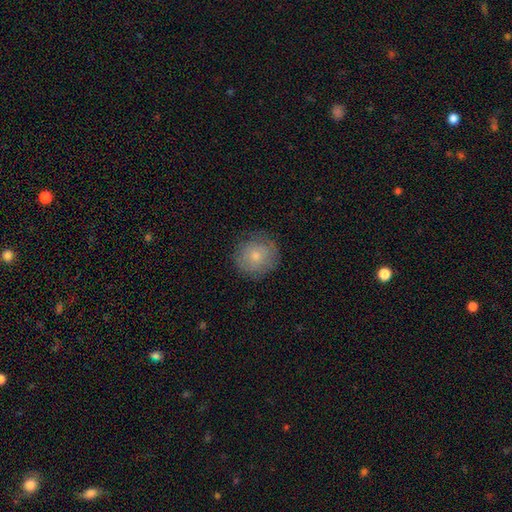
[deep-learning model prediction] smooth 75%, featured or disk 17%, star or artifact 8%. Down the decision tree: how rounded — round (91%); merging — none (79%).